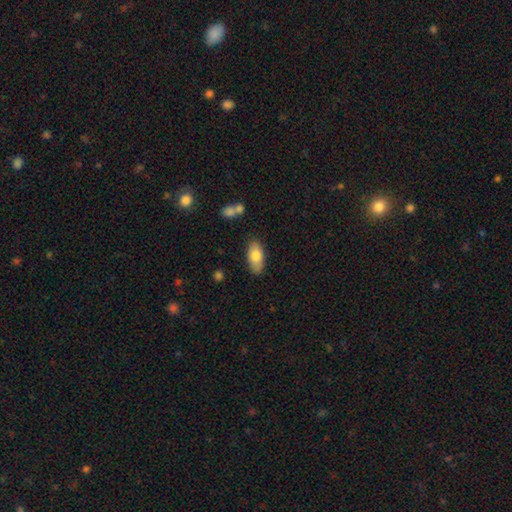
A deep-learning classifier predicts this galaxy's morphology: This is likely a smooth galaxy (77%). How rounded: clearly in between (89%). Merging: clearly none (83%).